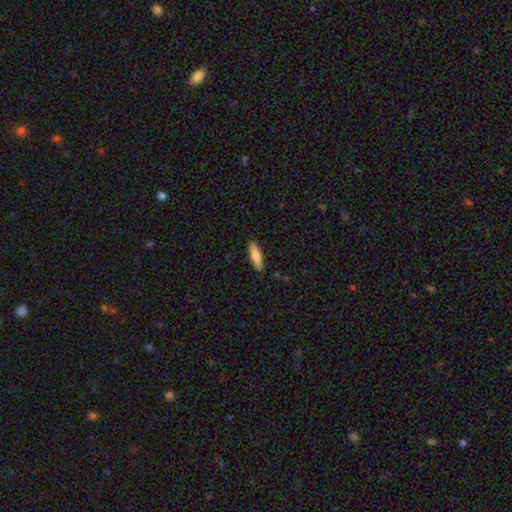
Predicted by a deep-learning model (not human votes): The model was most divided on "how rounded": cigar-shaped: 58%, in between: 41%, round: 2%. More confident: merging — none (88%); smooth or featured — smooth (78%).